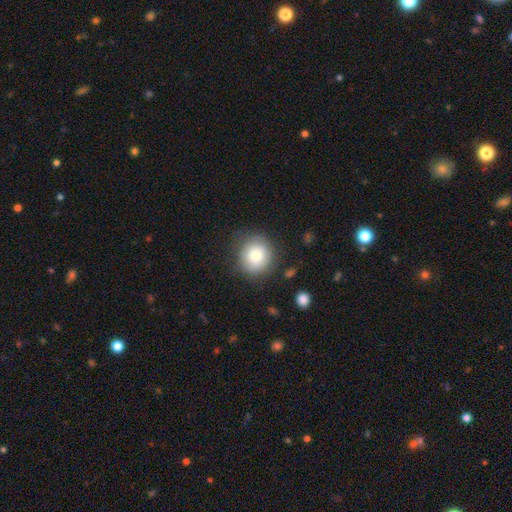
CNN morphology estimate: A smooth galaxy with no disk features (78%) that is round (90%).

Vote fractions:
- Smooth or featured? smooth: 78% / featured or disk: 13% / star or artifact: 9%
- How rounded? round: 90% / in between: 9% / cigar-shaped: 1%
- Merging? none: 81% / minor disturbance: 12% / major disturbance: 5% / merger: 2%